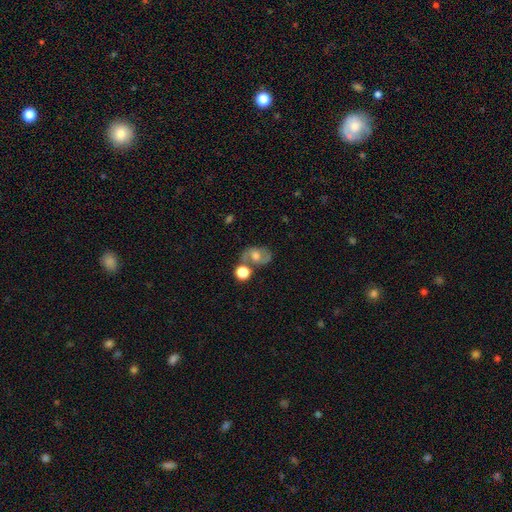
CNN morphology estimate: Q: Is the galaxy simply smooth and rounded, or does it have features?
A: featured or disk — 51%.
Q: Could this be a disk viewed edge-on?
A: no — 95%.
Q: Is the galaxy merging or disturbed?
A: none — 52%.